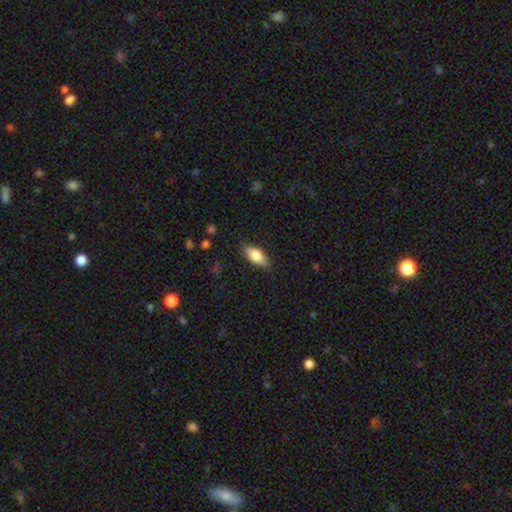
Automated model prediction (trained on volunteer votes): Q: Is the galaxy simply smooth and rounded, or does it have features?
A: smooth — 77%.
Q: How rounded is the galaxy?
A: in between — 82%.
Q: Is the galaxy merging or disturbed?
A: none — 84%.